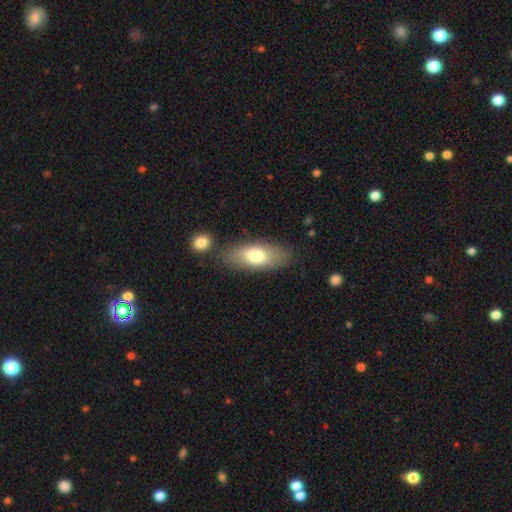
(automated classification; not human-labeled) Smooth or featured: smooth — 73% (featured or disk — 21%)
How rounded: in between — 82% (cigar-shaped — 14%)
Merging: none — 77% (minor disturbance — 13%)